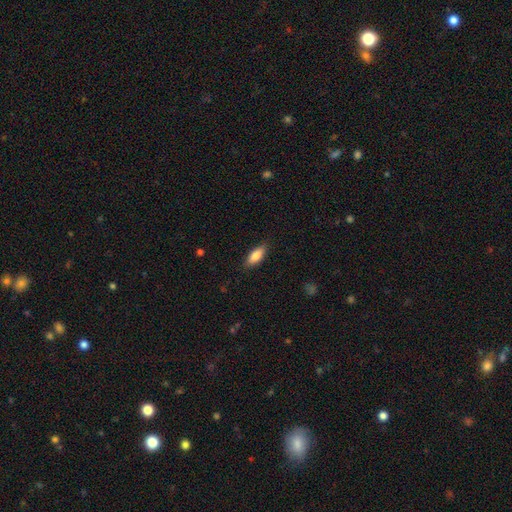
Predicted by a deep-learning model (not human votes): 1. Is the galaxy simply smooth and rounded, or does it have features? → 82% smooth, 11% featured or disk, 6% star or artifact.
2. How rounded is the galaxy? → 76% in between, 22% cigar-shaped, 2% round.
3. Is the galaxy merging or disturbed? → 86% none, 11% minor disturbance, 2% major disturbance, 1% merger.